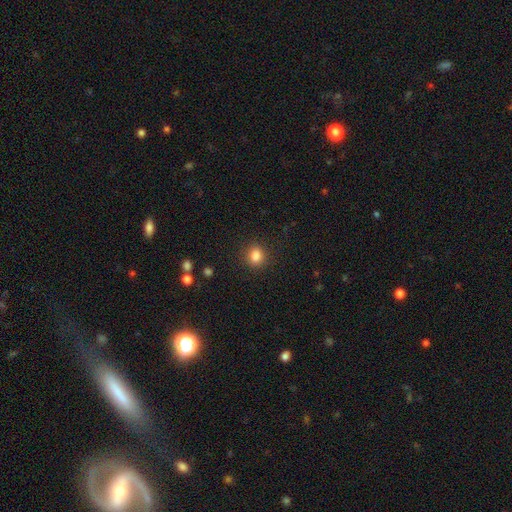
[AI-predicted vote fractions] Smooth or featured: smooth — 85% (star or artifact — 11%)
How rounded: round — 68% (in between — 31%)
Merging: none — 88% (minor disturbance — 8%)